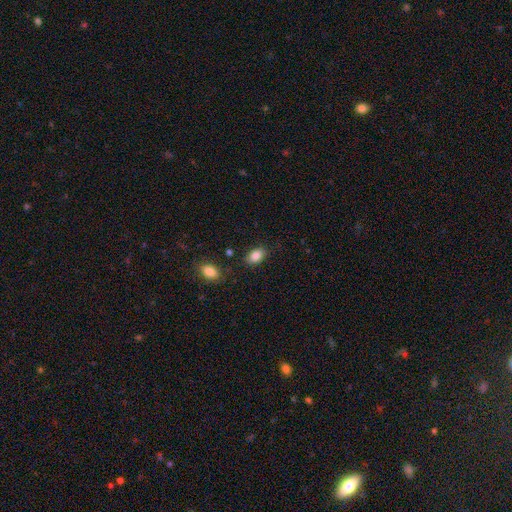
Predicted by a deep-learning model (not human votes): Smooth or featured: smooth — 86% (star or artifact — 8%)
How rounded: in between — 87% (round — 12%)
Merging: none — 83% (minor disturbance — 11%)